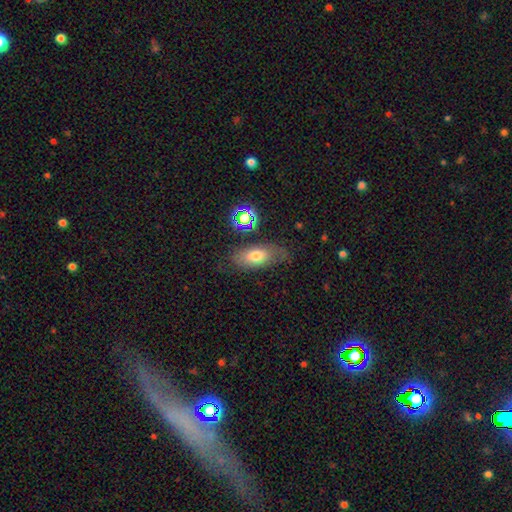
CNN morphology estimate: This is likely a smooth galaxy (65%). How rounded: clearly in between (86%). Merging: likely none (69%).